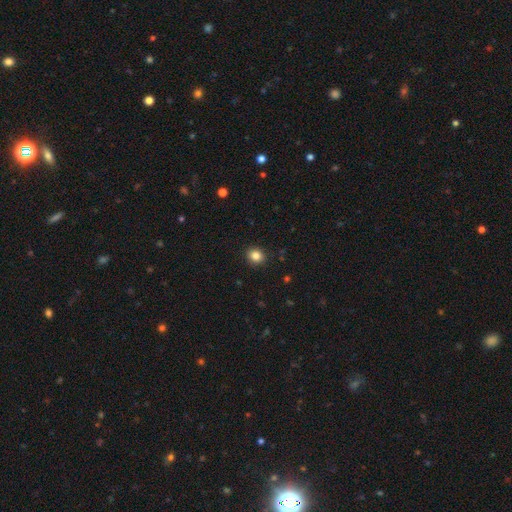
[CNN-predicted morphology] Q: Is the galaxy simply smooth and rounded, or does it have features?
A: smooth — 85%.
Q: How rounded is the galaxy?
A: round — 80%.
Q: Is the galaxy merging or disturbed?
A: none — 91%.